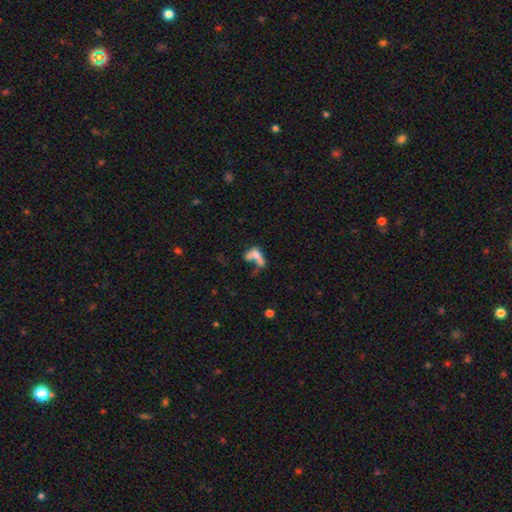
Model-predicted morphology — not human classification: smooth_or_featured: smooth (p=0.56) [alt: featured or disk p=0.31]
how_rounded: in between (p=0.66) [alt: cigar-shaped p=0.22]
merging: merger (p=0.47) [alt: major disturbance p=0.25]